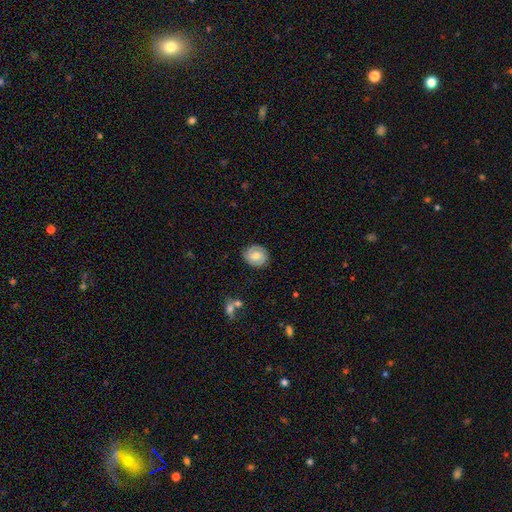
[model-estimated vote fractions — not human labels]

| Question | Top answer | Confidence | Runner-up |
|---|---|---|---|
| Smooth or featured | featured or disk | 50% | smooth (43%) |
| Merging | none | 81% | minor disturbance (14%) |